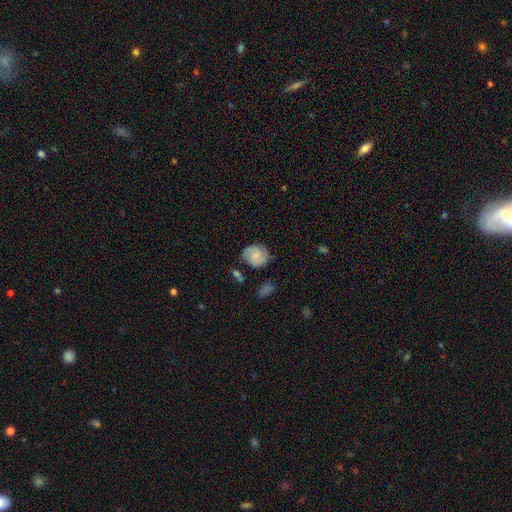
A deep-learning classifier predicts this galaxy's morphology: This appears to be a smooth galaxy with no disk features (54%) that is round (65%). Merging: none (69%).